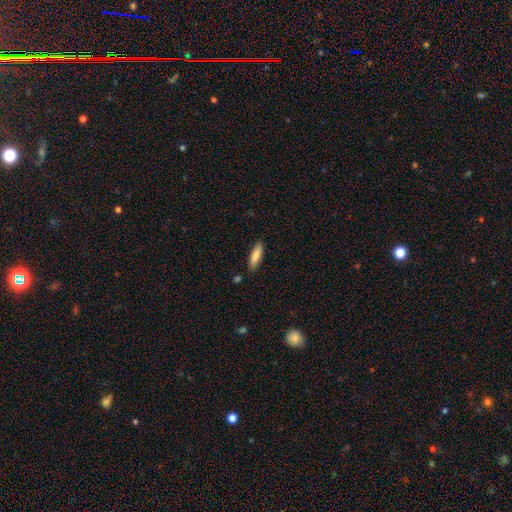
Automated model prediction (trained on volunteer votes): A smooth galaxy with no disk features (83%) that is cigar-shaped (60%). Merging: none (85%).